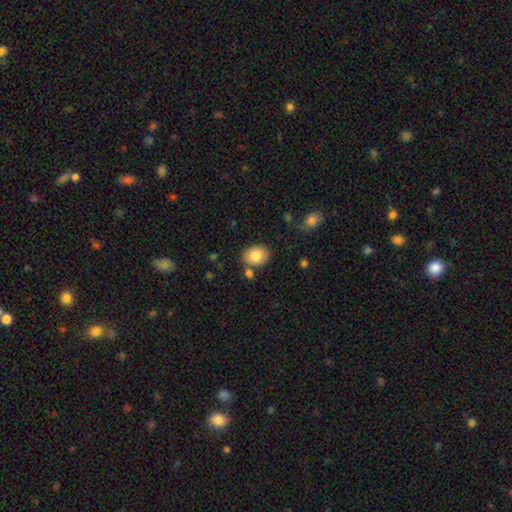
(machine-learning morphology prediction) Q: Smooth or featured?
A: smooth (83%); runner-up: featured or disk (9%)
Q: How rounded?
A: in between (60%); runner-up: round (39%)
Q: Merging?
A: none (78%); runner-up: minor disturbance (11%)